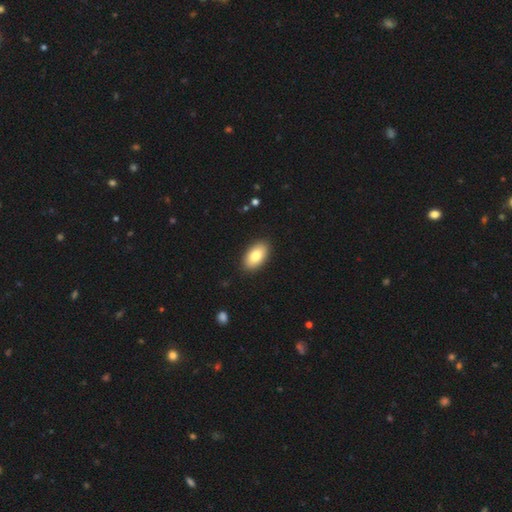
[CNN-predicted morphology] smooth-or-featured: smooth: 82% | featured or disk: 12% | star or artifact: 6%
  how-rounded: in between: 94% | round: 4% | cigar-shaped: 2%
  merging: none: 89% | minor disturbance: 8% | major disturbance: 2% | merger: 1%